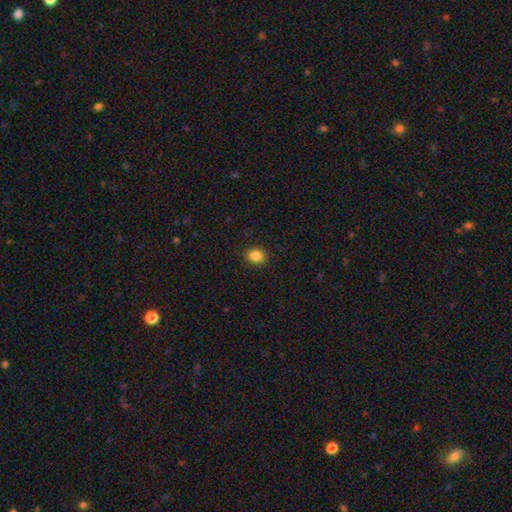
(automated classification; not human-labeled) Overall: smooth (86%). How rounded: round (65%; in between 35%). Merging: none (90%).